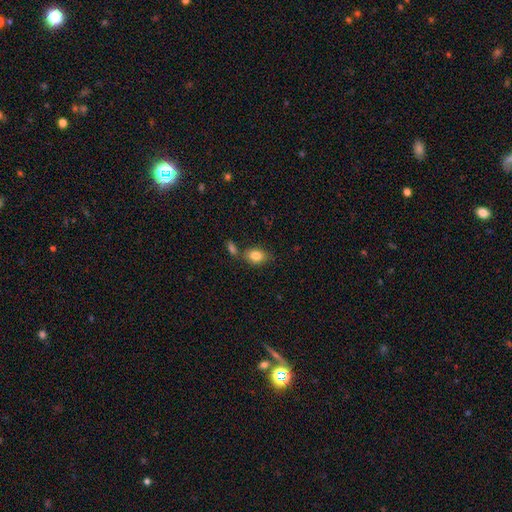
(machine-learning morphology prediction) smooth 83%, featured or disk 8%, star or artifact 8%. Down the decision tree: how rounded — in between (72%); merging — none (66%).